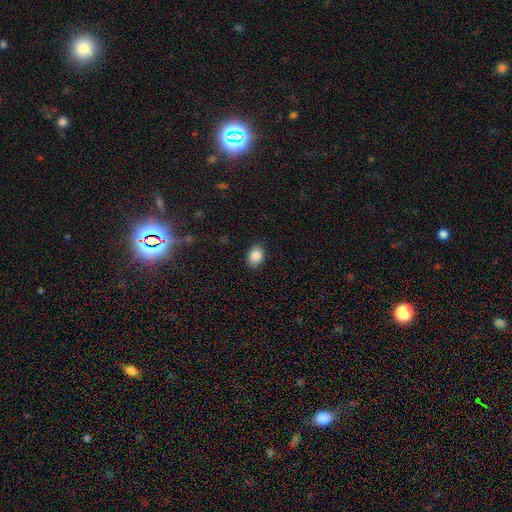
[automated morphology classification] This appears to be a smooth galaxy with no disk features (86%) that is in between round and cigar-shaped (74%). Merging: none (88%).